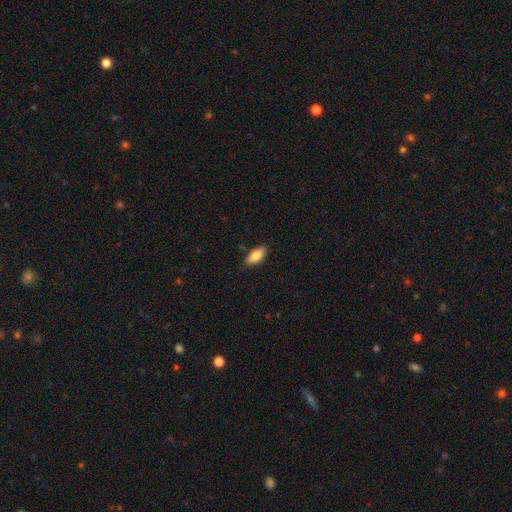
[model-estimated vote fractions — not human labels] A smooth galaxy with no disk features (82%) that is in between round and cigar-shaped (85%). Merging: none (83%).